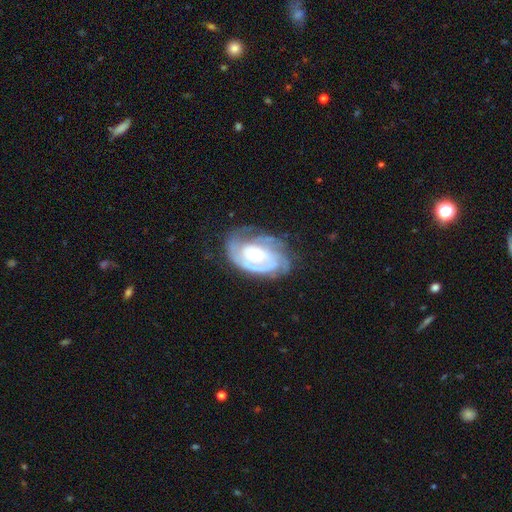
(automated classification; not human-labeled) Morphology: type=featured or disk (87%); edge-on=no (97%); bar=no (57%); spiral arms=yes (96%); winding=tight (63%); arm count=2 (29%); bulge=moderate (55%); merging=none (63%).